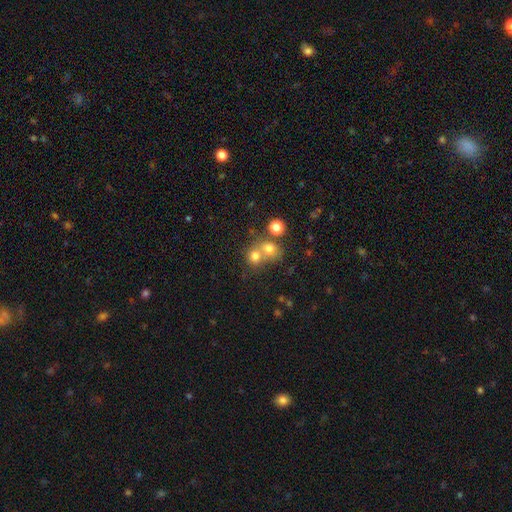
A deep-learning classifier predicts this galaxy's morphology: This appears to be a smooth galaxy with no disk features (71%) that is round (79%). Merging: merger (53%).